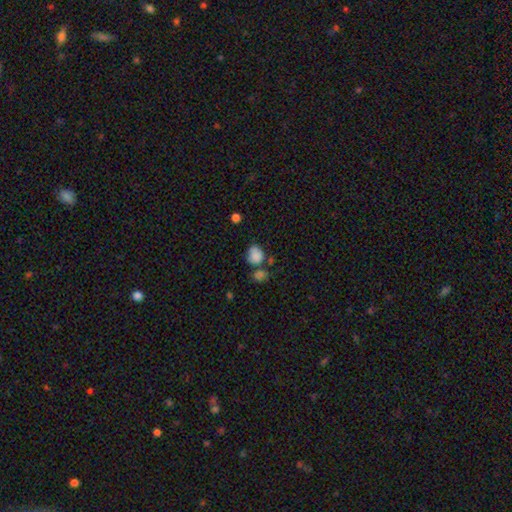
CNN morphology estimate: smooth 84%, star or artifact 9%, featured or disk 7%. Down the decision tree: how rounded — round (58%); merging — none (49%).